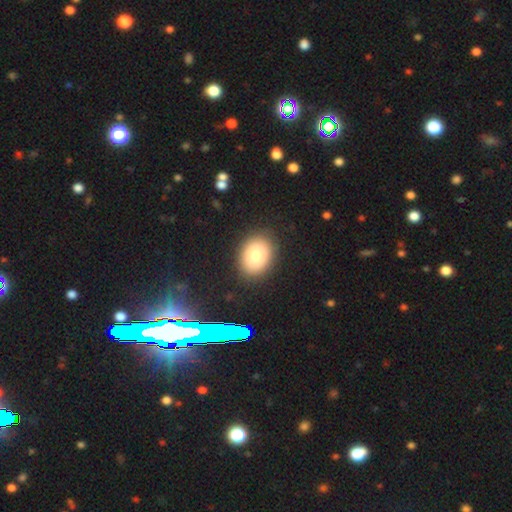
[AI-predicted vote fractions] This is clearly a smooth galaxy (81%). How rounded: likely in between (62%). Merging: clearly none (87%).